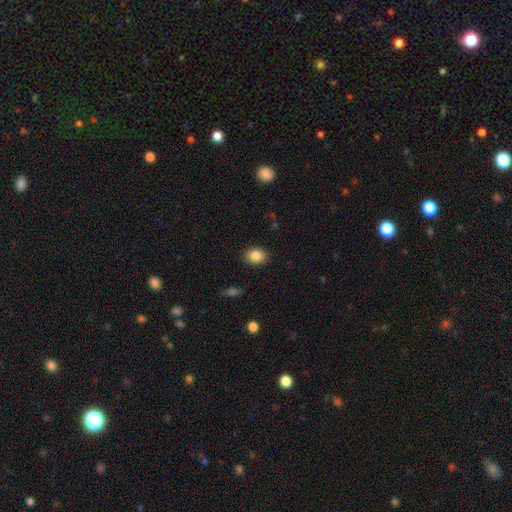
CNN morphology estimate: Smooth or featured?
  - smooth: 87% *
  - star or artifact: 9%
  - featured or disk: 5%
How rounded?
  - in between: 62% *
  - round: 36%
  - cigar-shaped: 1%
Merging?
  - none: 87% *
  - minor disturbance: 10%
  - major disturbance: 3%
  - merger: 1%